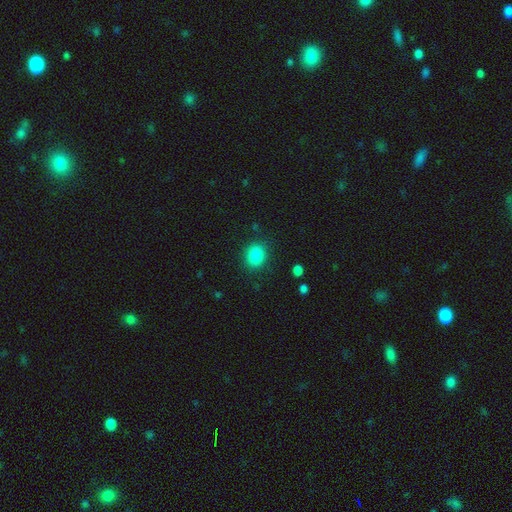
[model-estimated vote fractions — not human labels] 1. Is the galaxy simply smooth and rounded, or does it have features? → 85% smooth, 10% star or artifact, 5% featured or disk.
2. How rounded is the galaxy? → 62% round, 37% in between, 1% cigar-shaped.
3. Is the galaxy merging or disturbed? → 87% none, 9% minor disturbance, 3% major disturbance, 1% merger.